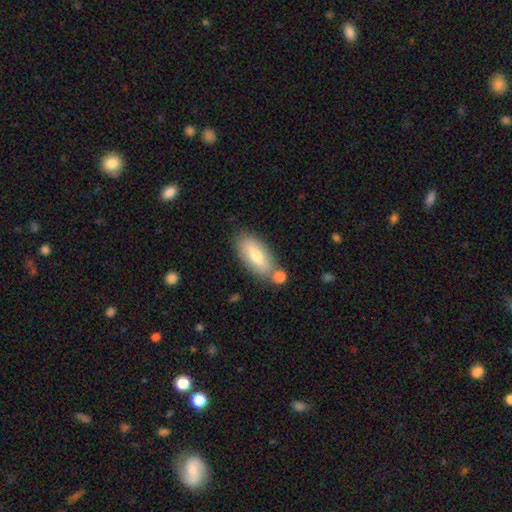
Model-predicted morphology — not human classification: This is likely a smooth galaxy (69%). How rounded: clearly in between (84%). Merging: likely none (78%).